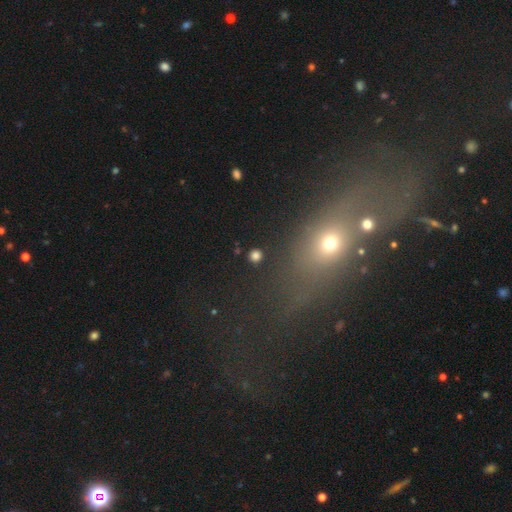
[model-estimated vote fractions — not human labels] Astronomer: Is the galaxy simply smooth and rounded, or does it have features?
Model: smooth — 80%.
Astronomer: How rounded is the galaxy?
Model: round — 92%.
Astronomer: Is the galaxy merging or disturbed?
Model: none — 91%.